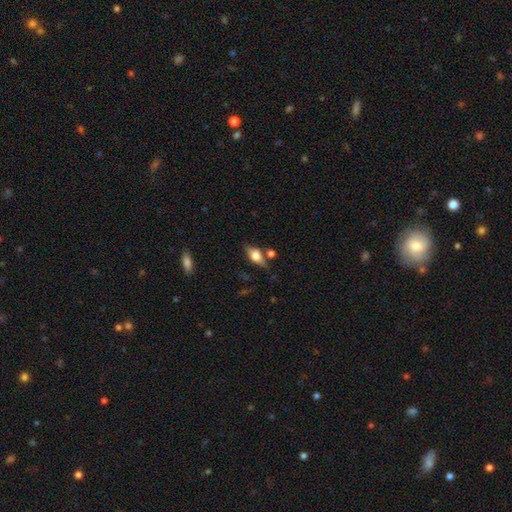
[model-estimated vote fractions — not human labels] Smooth or featured? Predicted: smooth (p=0.55). How rounded? Predicted: in between (p=0.76). Merging? Predicted: none (p=0.66).